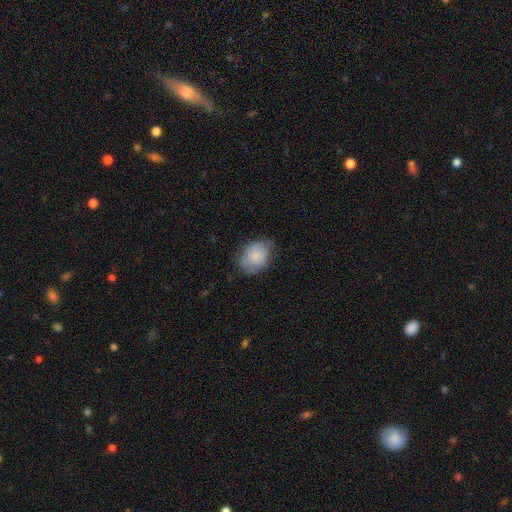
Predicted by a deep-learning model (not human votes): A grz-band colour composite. It shows a smooth galaxy with no disk features (81%) that is in between round and cigar-shaped (58%). Merging: none (64%).